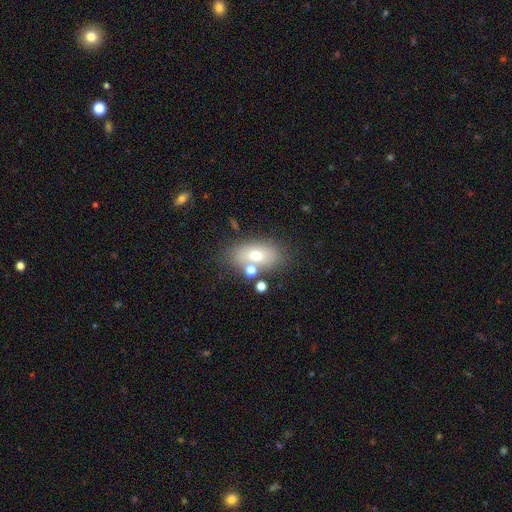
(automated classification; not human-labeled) This appears to be a smooth galaxy with no disk features (69%) that is in between round and cigar-shaped (86%). Merging: none (68%).